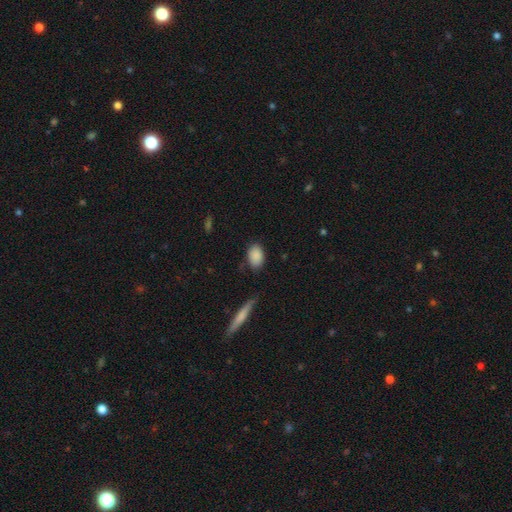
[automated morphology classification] The model was most divided on "merging": none: 79%, minor disturbance: 15%, major disturbance: 4%, merger: 2%. More confident: smooth or featured — smooth (88%); how rounded — in between (86%).